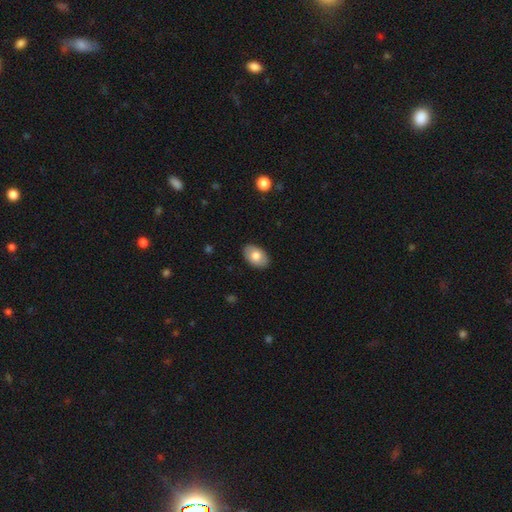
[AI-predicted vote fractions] Q: Smooth or featured?
A: smooth (75%); runner-up: featured or disk (18%)
Q: How rounded?
A: in between (90%); runner-up: round (9%)
Q: Merging?
A: none (88%); runner-up: minor disturbance (9%)